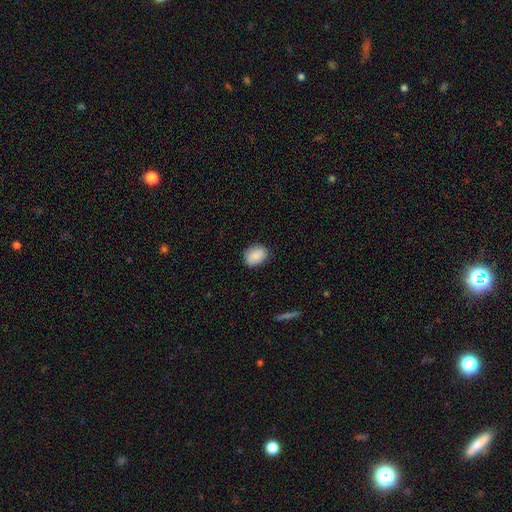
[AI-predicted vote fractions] A smooth galaxy with no disk features (87%) that is in between round and cigar-shaped (66%).

Vote fractions:
- Smooth or featured? smooth: 87% / star or artifact: 7% / featured or disk: 6%
- How rounded? in between: 66% / round: 33% / cigar-shaped: 1%
- Merging? none: 83% / minor disturbance: 13% / major disturbance: 3% / merger: 1%